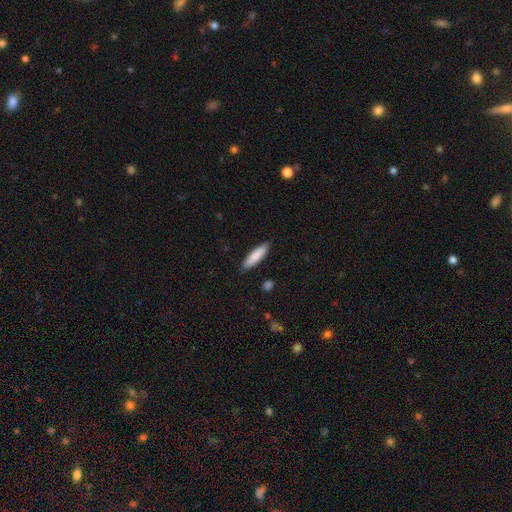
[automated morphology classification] Smooth or featured: smooth — 85% (featured or disk — 9%)
How rounded: cigar-shaped — 69% (in between — 30%)
Merging: none — 88% (minor disturbance — 9%)